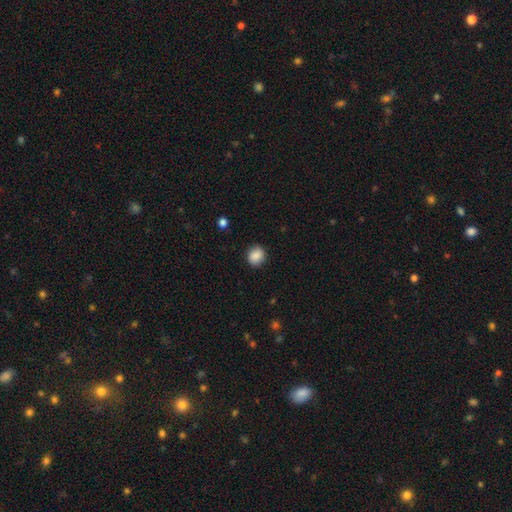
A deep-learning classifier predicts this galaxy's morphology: Q: Smooth or featured?
A: smooth (88%); runner-up: star or artifact (8%)
Q: How rounded?
A: round (79%); runner-up: in between (20%)
Q: Merging?
A: none (88%); runner-up: minor disturbance (8%)